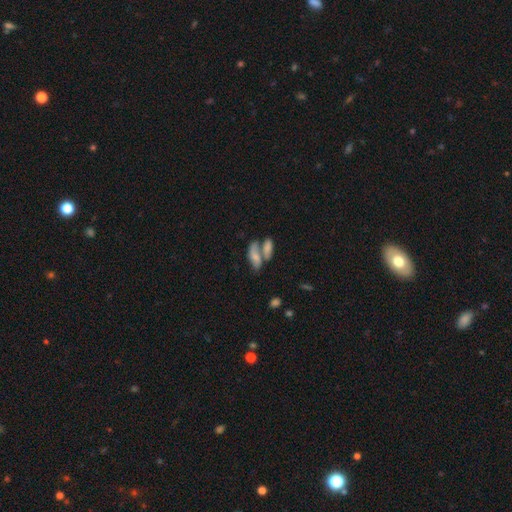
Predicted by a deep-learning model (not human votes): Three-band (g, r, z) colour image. It shows a smooth galaxy with no disk features (65%) that is in between round and cigar-shaped (81%). Merging: merger (57%).